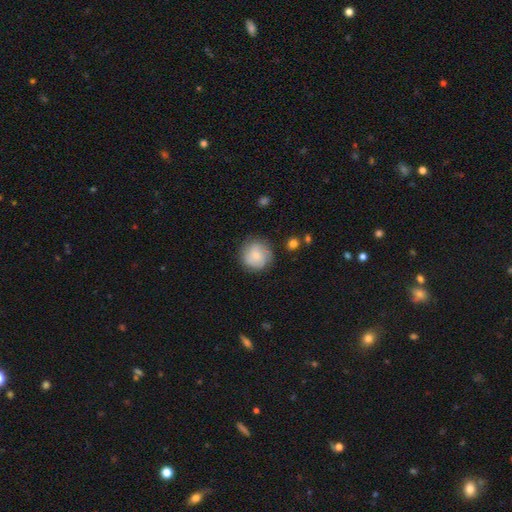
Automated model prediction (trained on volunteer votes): Smooth or featured: smooth — 69% (featured or disk — 24%)
How rounded: round — 93% (in between — 6%)
Merging: none — 80% (minor disturbance — 14%)